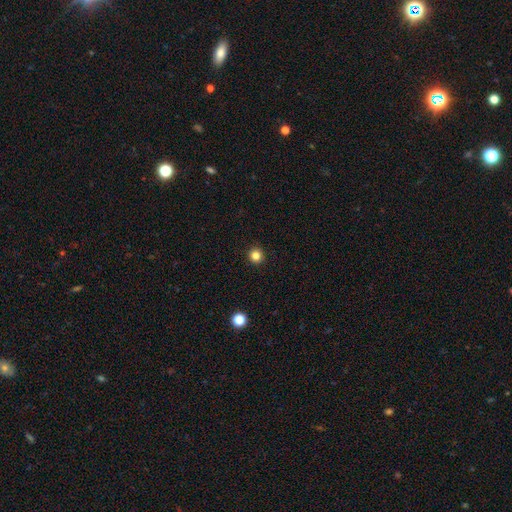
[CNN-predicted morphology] This appears to be a smooth galaxy with no disk features (83%) that is round (95%). Merging: none (94%).